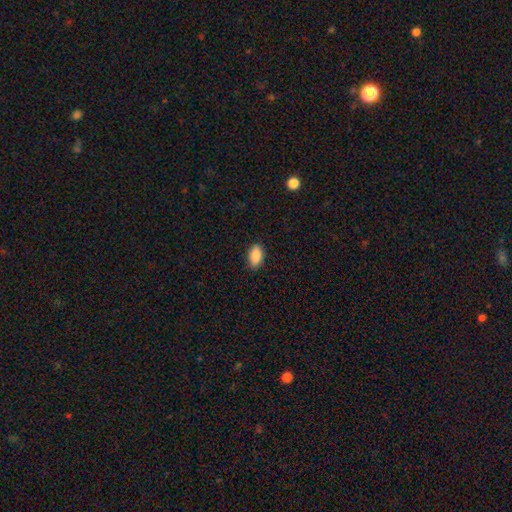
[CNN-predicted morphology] Smooth or featured: smooth — 88% (star or artifact — 7%)
How rounded: in between — 92% (round — 5%)
Merging: none — 87% (minor disturbance — 10%)